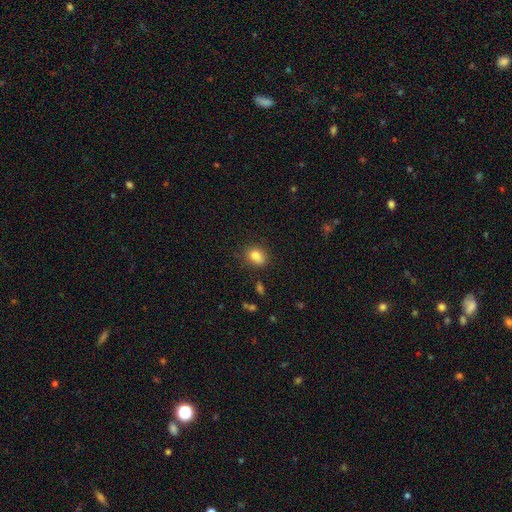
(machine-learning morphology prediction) A smooth galaxy with no disk features (83%) that is in between round and cigar-shaped (54%). Merging: none (79%).